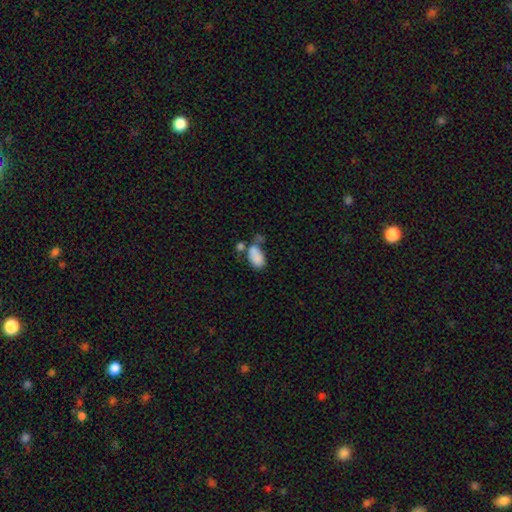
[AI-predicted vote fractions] Smooth or featured? smooth (83%)
How rounded? in between (93%)
Merging? merger (38%)